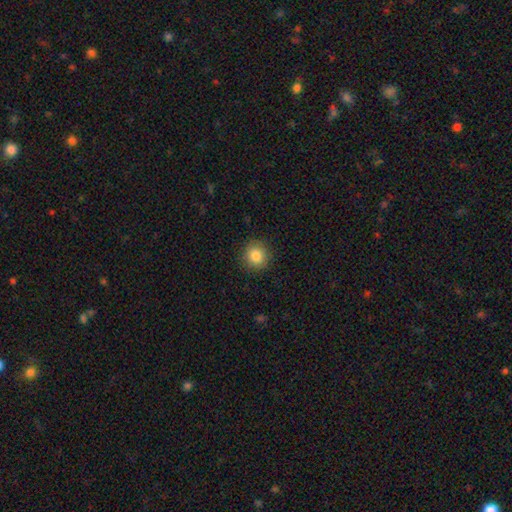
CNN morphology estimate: This is clearly a smooth galaxy (85%). How rounded: clearly round (92%). Merging: clearly none (90%).